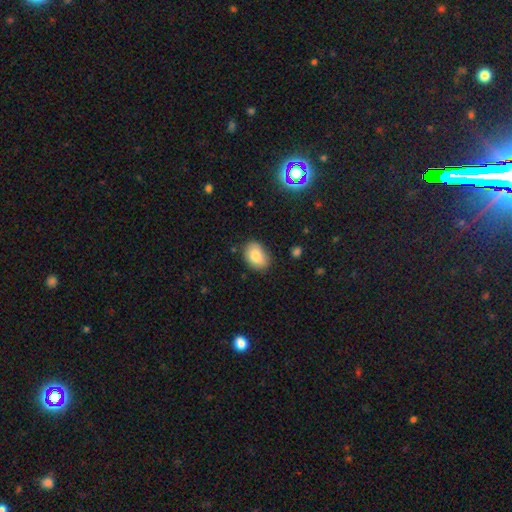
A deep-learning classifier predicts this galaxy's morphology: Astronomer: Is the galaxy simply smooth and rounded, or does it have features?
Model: smooth — 84%.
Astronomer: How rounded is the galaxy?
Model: in between — 83%.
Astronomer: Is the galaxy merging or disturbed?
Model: none — 80%.